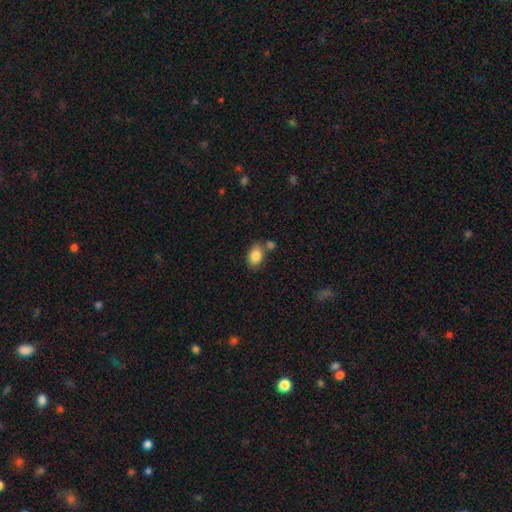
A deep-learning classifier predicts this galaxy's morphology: smooth 84%, featured or disk 8%, star or artifact 8%. Down the decision tree: how rounded — in between (84%); merging — none (64%).